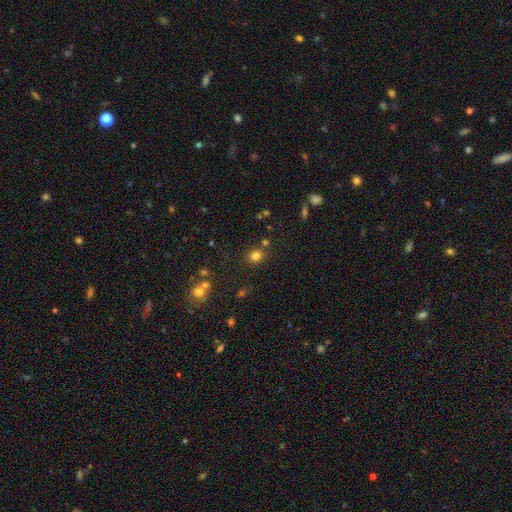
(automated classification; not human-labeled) Smooth or featured: smooth — 78% (star or artifact — 16%)
How rounded: round — 77% (in between — 22%)
Merging: none — 78% (minor disturbance — 10%)